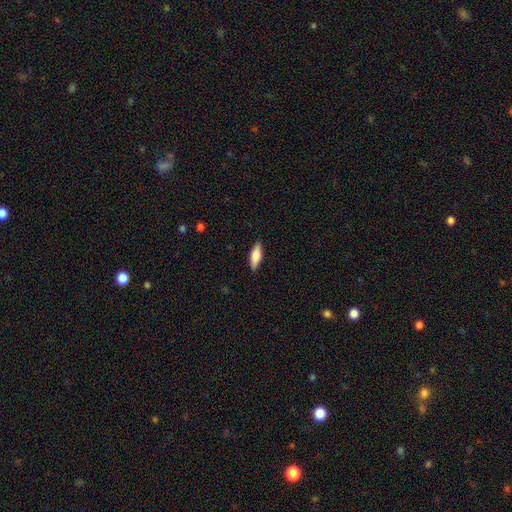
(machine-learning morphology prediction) Smooth or featured?
  - smooth: 73% *
  - featured or disk: 22%
  - star or artifact: 6%
How rounded?
  - in between: 54% *
  - cigar-shaped: 44%
  - round: 2%
Merging?
  - none: 88% *
  - minor disturbance: 9%
  - major disturbance: 2%
  - merger: 1%